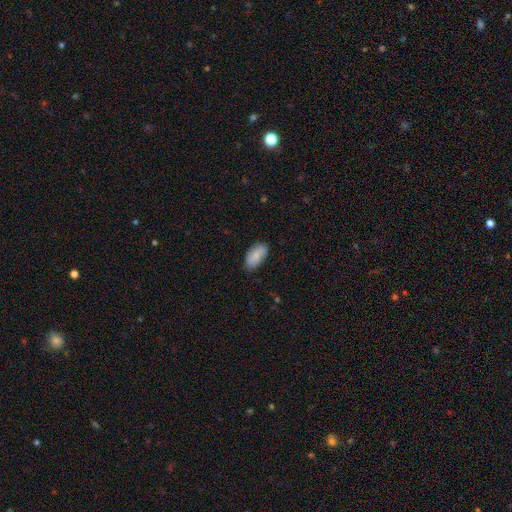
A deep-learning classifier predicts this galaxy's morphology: smooth-or-featured: smooth: 79% | featured or disk: 14% | star or artifact: 6%
  how-rounded: in between: 94% | cigar-shaped: 3% | round: 3%
  merging: none: 81% | minor disturbance: 15% | major disturbance: 3% | merger: 1%